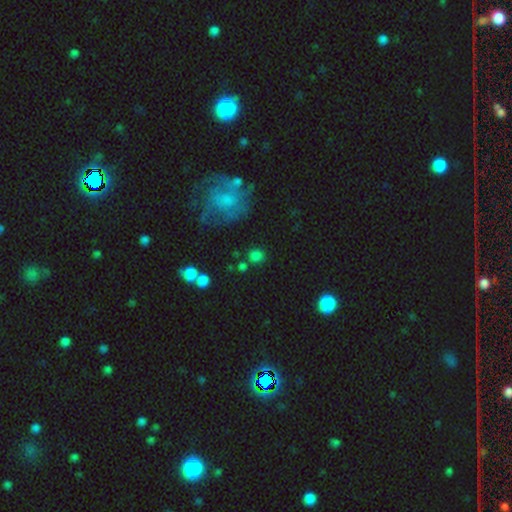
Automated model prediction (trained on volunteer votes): Smooth or featured? smooth (74%)
How rounded? round (83%)
Merging? none (78%)